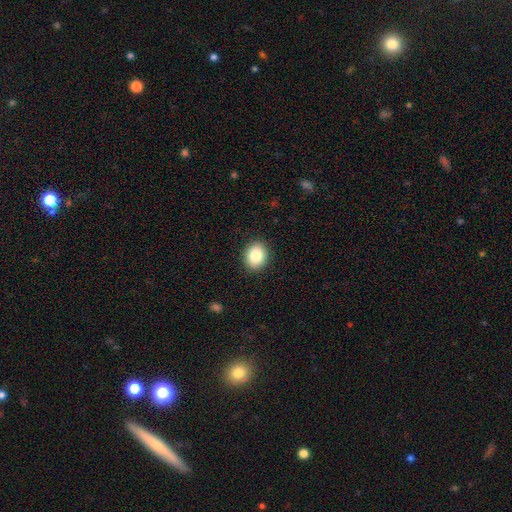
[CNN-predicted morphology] smooth 85%, star or artifact 8%, featured or disk 6%. Down the decision tree: how rounded — round (54%); merging — none (90%).